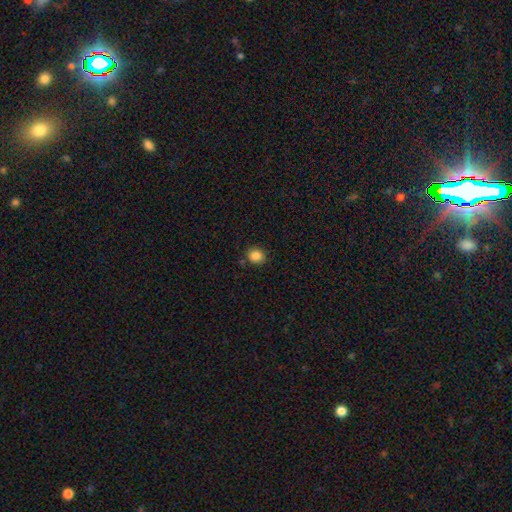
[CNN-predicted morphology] type=smooth (86%); roundness=round (64%); merging=none (83%).